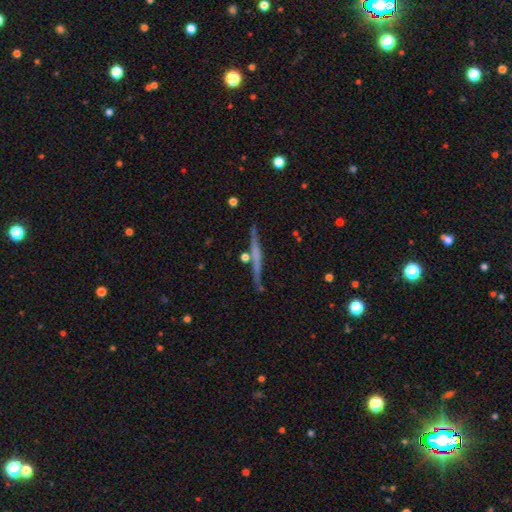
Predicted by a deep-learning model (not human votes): Smooth or featured? Predicted: featured or disk (p=0.64). Edge-on disk? Predicted: yes (p=0.97). Edge-on bulge? Predicted: none (p=0.69). Merging? Predicted: none (p=0.85).